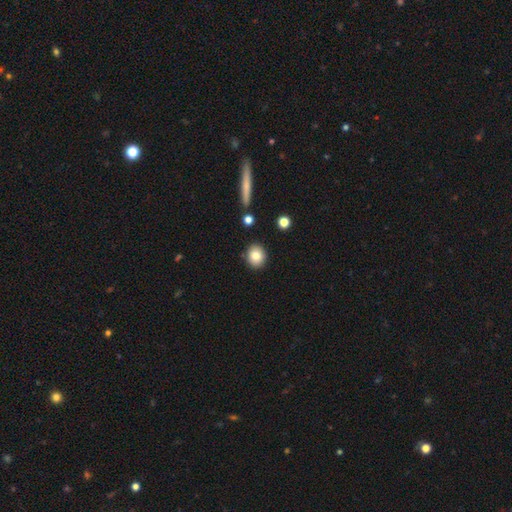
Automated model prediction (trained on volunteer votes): Morphology: type=smooth (83%); roundness=round (74%); merging=none (87%).